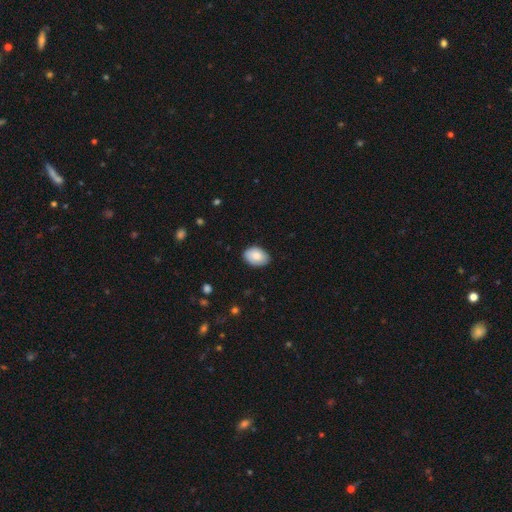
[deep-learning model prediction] smooth 85%, featured or disk 9%, star or artifact 6%. Down the decision tree: how rounded — in between (85%); merging — none (83%).